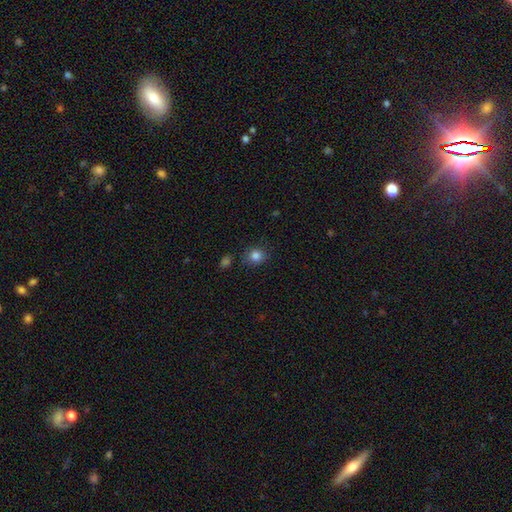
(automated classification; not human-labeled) Overall: smooth (83%). How rounded: round (78%). Merging: none (84%).